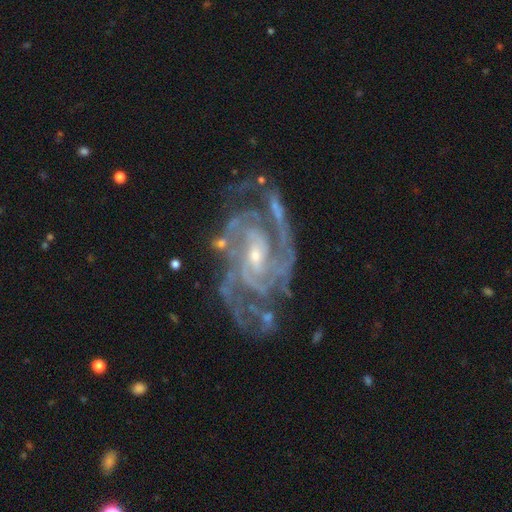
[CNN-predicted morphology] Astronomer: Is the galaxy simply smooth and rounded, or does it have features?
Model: featured or disk — 93%.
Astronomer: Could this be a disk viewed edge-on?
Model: no — 97%.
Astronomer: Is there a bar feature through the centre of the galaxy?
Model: no — 41%, tied with weak at 41%.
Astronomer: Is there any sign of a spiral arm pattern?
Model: yes — 98%.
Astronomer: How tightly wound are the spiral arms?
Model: tight — 58% (runner-up: medium, 37%).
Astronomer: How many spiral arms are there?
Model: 2 — 34% (runner-up: 3, 25%).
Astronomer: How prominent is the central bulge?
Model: small — 68%.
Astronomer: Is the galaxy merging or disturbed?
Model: none — 62%.